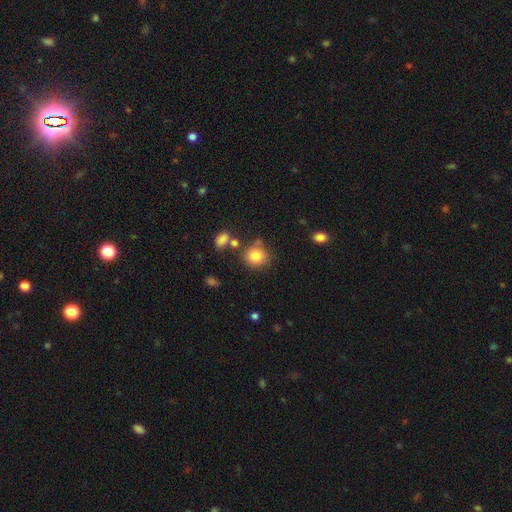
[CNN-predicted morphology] Smooth or featured?
  - smooth: 83% *
  - star or artifact: 10%
  - featured or disk: 7%
How rounded?
  - round: 84% *
  - in between: 15%
  - cigar-shaped: 1%
Merging?
  - none: 71% *
  - minor disturbance: 13%
  - merger: 11%
  - major disturbance: 5%